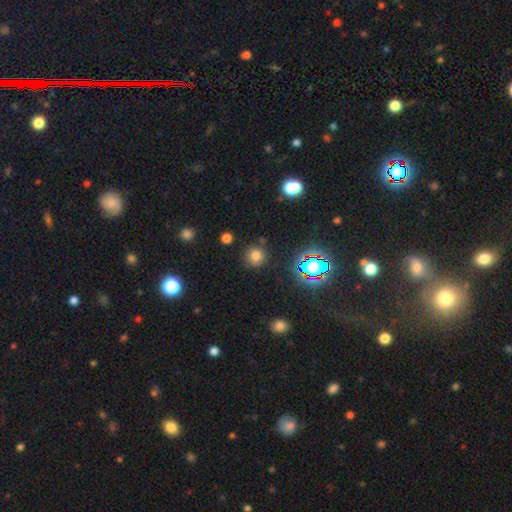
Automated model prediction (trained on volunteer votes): smooth 72%, star or artifact 21%, featured or disk 7%. Down the decision tree: how rounded — round (90%); merging — none (83%).